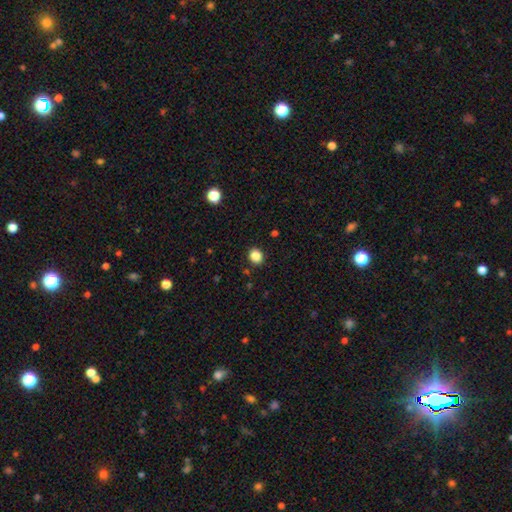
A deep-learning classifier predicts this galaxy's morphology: smooth 86%, star or artifact 11%, featured or disk 3%. Down the decision tree: how rounded — round (69%); merging — none (90%).